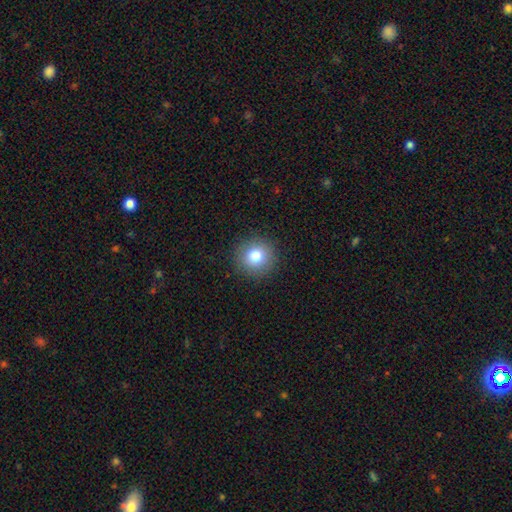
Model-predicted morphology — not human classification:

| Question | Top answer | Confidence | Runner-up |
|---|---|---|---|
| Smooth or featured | smooth | 81% | star or artifact (11%) |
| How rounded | round | 94% | in between (5%) |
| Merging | none | 91% | minor disturbance (6%) |